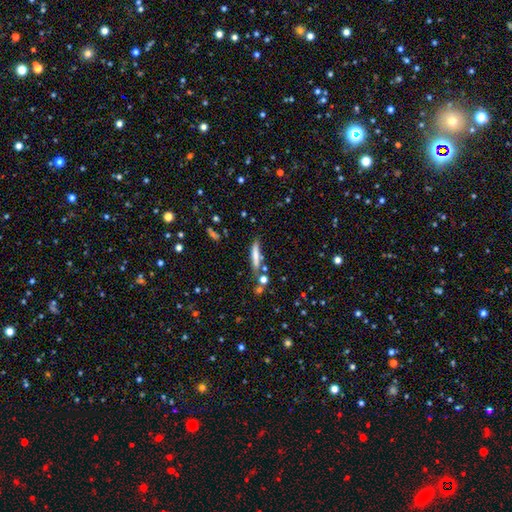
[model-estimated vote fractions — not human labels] A smooth galaxy with no disk features (65%) that is cigar-shaped (88%).

Vote fractions:
- Smooth or featured? smooth: 65% / featured or disk: 26% / star or artifact: 9%
- How rounded? cigar-shaped: 88% / in between: 10% / round: 2%
- Merging? none: 67% / minor disturbance: 17% / merger: 11% / major disturbance: 5%